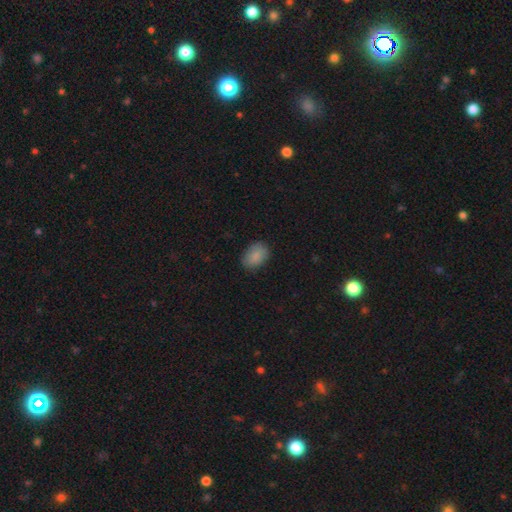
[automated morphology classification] smooth_or_featured: smooth (p=0.86) [alt: star or artifact p=0.07]
how_rounded: in between (p=0.83) [alt: round p=0.15]
merging: none (p=0.83) [alt: minor disturbance p=0.13]